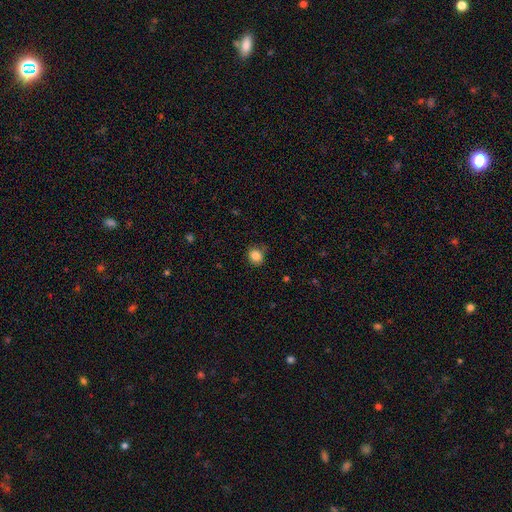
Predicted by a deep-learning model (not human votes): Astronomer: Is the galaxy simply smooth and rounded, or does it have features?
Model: smooth — 85%.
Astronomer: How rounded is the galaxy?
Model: round — 79%.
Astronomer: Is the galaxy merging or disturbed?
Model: none — 82%.